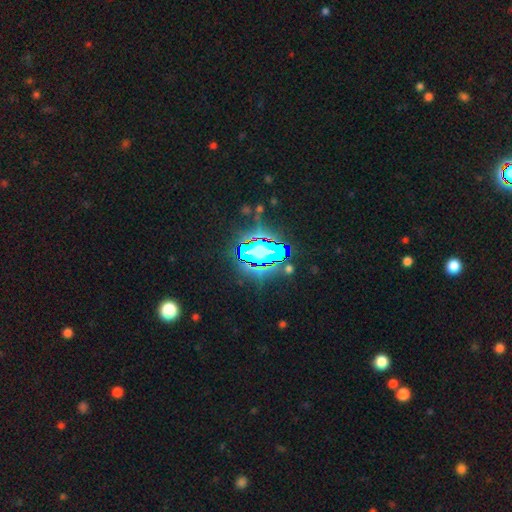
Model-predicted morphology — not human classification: Smooth or featured? Predicted: star or artifact (p=0.79).